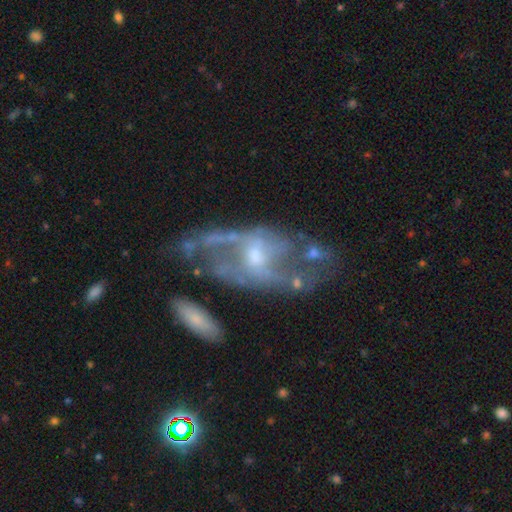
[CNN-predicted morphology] Overall: featured or disk (80%). Edge-on disk: no (93%). Bar: no (47%; weak 41%). Spiral arms: yes (77%). Spiral arm count: 2 (66%). Spiral winding: loose (50%; medium 35%). Bulge size: small (46%; moderate 45%). Merging: none (44%; major disturbance 23%).